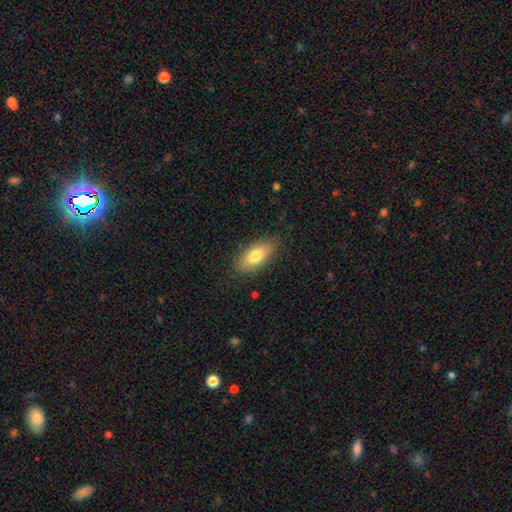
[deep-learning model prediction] Morphology: type=smooth (77%); roundness=in between (86%); merging=none (83%).